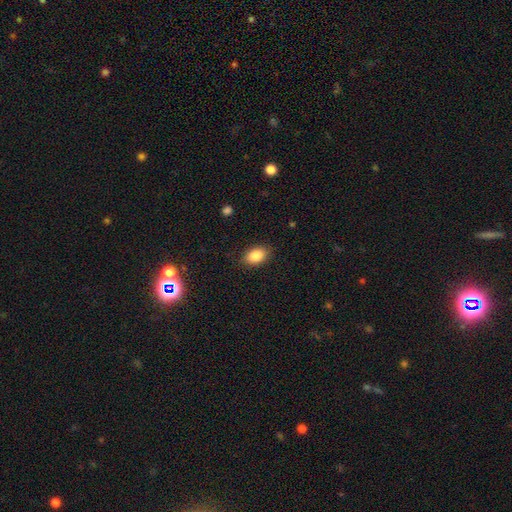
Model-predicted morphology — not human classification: smooth 85%, star or artifact 8%, featured or disk 6%. Down the decision tree: how rounded — in between (86%); merging — none (86%).